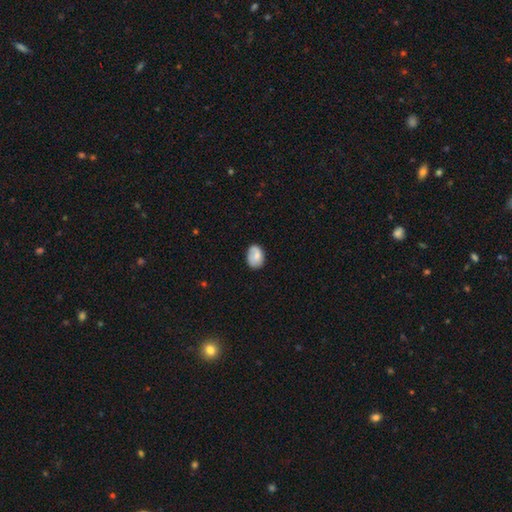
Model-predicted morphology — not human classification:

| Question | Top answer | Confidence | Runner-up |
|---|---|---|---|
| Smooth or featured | smooth | 74% | featured or disk (19%) |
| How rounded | in between | 79% | round (20%) |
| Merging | none | 70% | minor disturbance (22%) |